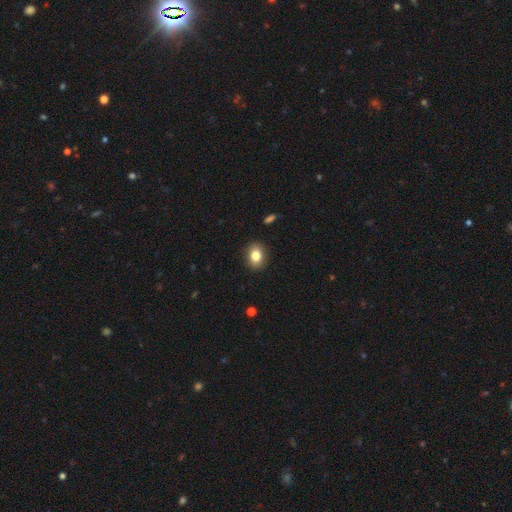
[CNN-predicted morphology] This is clearly a smooth galaxy (82%). How rounded: possibly in between (53%). Merging: clearly none (90%).